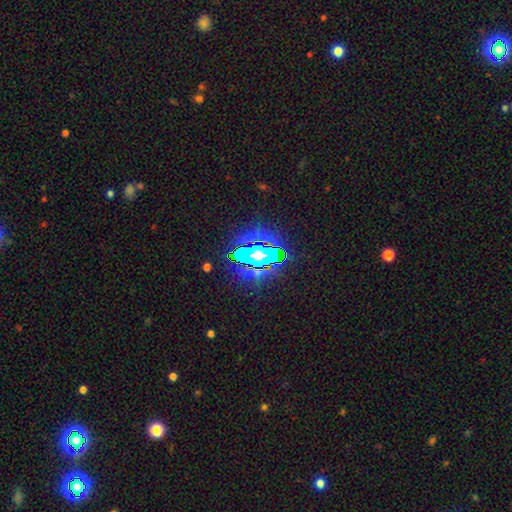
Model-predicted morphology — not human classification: Smooth or featured? star or artifact (83%)